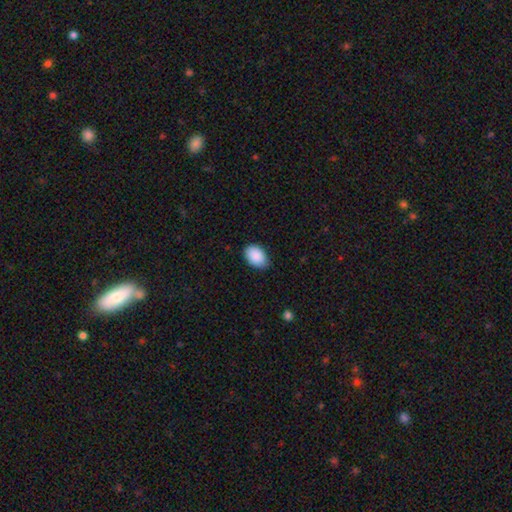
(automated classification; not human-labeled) This appears to be a smooth galaxy with no disk features (90%) that is in between round and cigar-shaped (89%). Merging: none (78%).